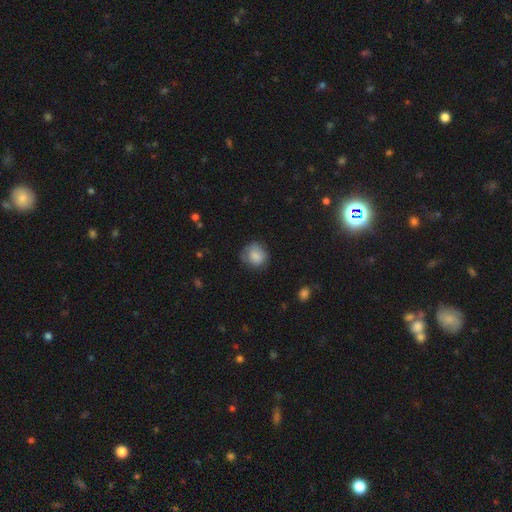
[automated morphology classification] Smooth or featured?
  - smooth: 81% *
  - featured or disk: 11%
  - star or artifact: 8%
How rounded?
  - round: 79% *
  - in between: 20%
  - cigar-shaped: 1%
Merging?
  - none: 68% *
  - minor disturbance: 23%
  - major disturbance: 7%
  - merger: 1%